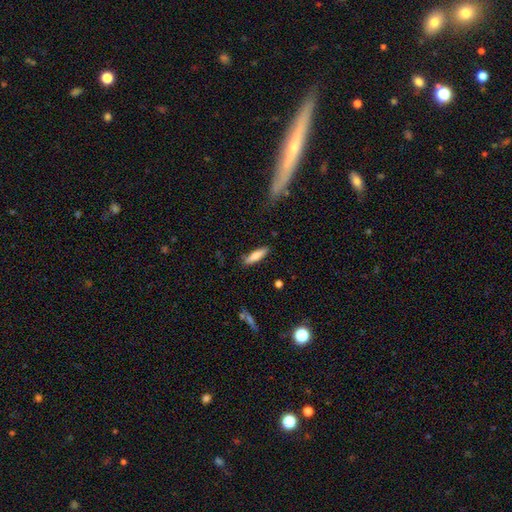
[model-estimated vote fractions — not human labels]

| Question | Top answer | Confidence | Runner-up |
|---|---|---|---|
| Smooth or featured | smooth | 78% | featured or disk (15%) |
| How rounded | cigar-shaped | 66% | in between (33%) |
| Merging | none | 84% | minor disturbance (12%) |